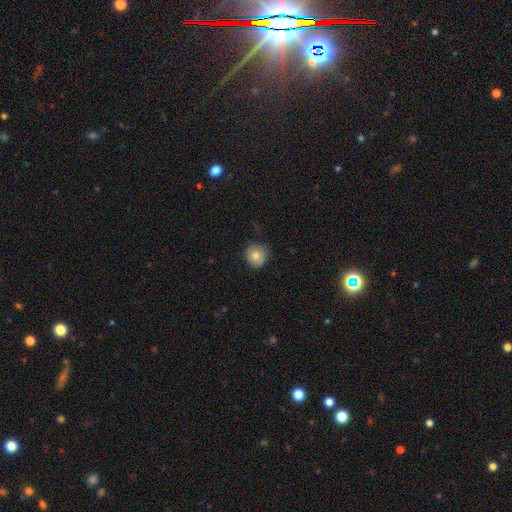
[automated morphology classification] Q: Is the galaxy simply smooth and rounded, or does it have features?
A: smooth — 75%.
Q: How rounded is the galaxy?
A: round — 90%.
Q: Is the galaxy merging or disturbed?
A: none — 80%.